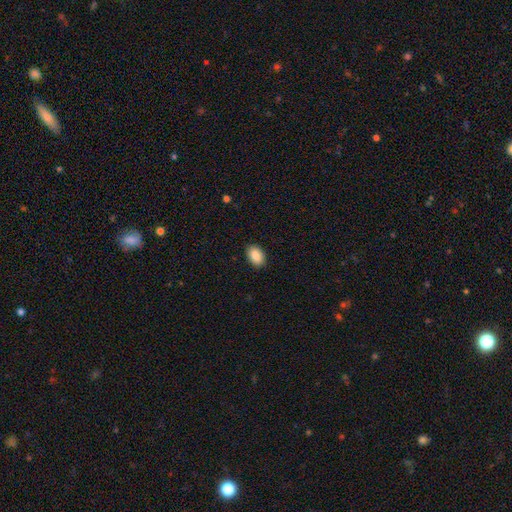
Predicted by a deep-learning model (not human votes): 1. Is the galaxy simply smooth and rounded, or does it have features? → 89% smooth, 7% star or artifact, 4% featured or disk.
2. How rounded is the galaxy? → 88% in between, 10% round, 1% cigar-shaped.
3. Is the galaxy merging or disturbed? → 90% none, 8% minor disturbance, 2% major disturbance, 1% merger.